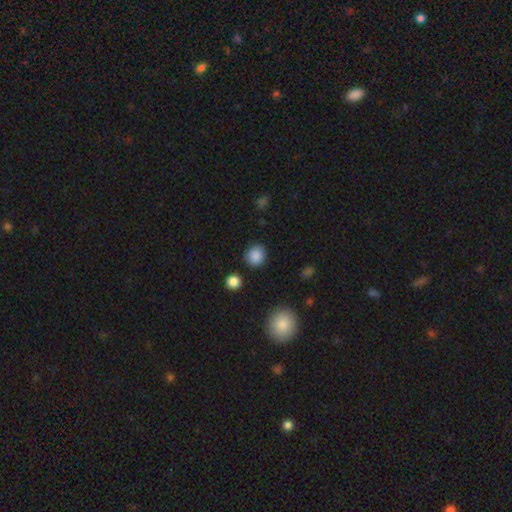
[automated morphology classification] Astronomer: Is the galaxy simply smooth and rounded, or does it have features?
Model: smooth — 87%.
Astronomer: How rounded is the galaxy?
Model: round — 86%.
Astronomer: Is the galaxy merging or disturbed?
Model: none — 88%.